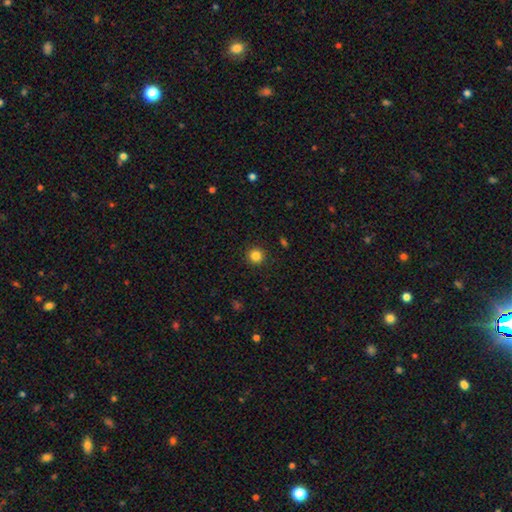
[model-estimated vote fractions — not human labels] A smooth galaxy with no disk features (84%) that is round (95%).

Vote fractions:
- Smooth or featured? smooth: 84% / star or artifact: 12% / featured or disk: 4%
- How rounded? round: 95% / in between: 4% / cigar-shaped: 1%
- Merging? none: 92% / minor disturbance: 5% / major disturbance: 2% / merger: 1%